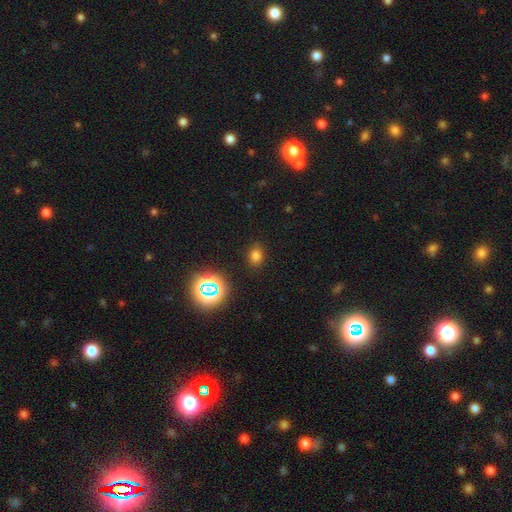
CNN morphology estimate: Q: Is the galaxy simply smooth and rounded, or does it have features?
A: smooth — 73%.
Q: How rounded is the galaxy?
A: in between — 52%.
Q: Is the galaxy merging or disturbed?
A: none — 86%.